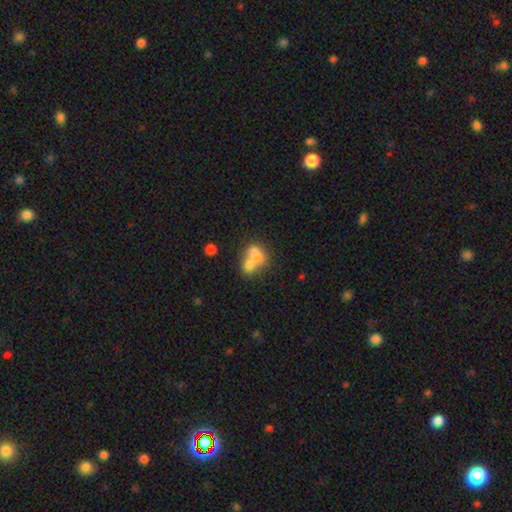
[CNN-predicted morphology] The model was most divided on "how rounded": in between: 57%, round: 40%, cigar-shaped: 2%. More confident: merging — merger (66%); smooth or featured — smooth (66%).